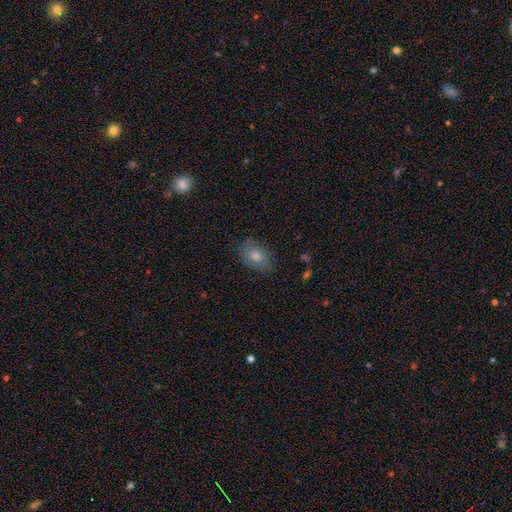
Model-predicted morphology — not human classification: The model was most divided on "smooth or featured": smooth: 68%, featured or disk: 19%, star or artifact: 13%. More confident: merging — none (82%); how rounded — in between (77%).